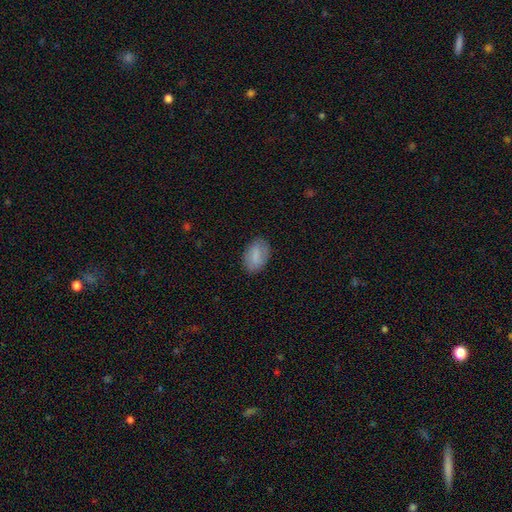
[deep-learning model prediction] Smooth or featured: smooth — 78% (featured or disk — 15%)
How rounded: in between — 88% (round — 11%)
Merging: none — 82% (minor disturbance — 14%)